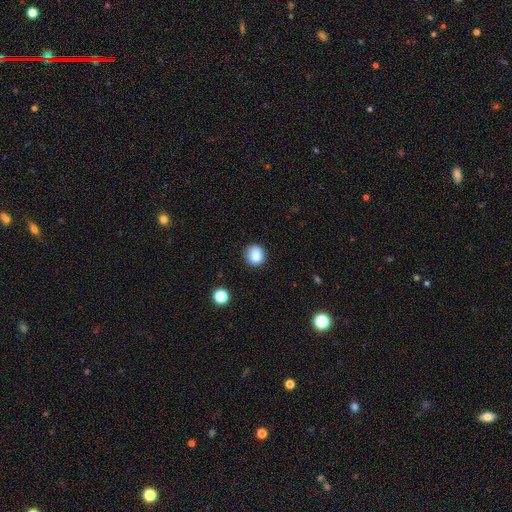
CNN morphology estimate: Smooth or featured?
  - smooth: 85% *
  - star or artifact: 11%
  - featured or disk: 5%
How rounded?
  - round: 79% *
  - in between: 20%
  - cigar-shaped: 1%
Merging?
  - none: 85% *
  - minor disturbance: 11%
  - major disturbance: 3%
  - merger: 2%